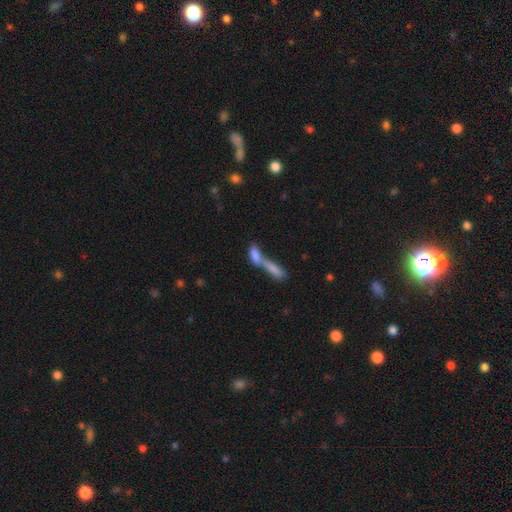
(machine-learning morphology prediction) Smooth or featured: smooth — 73% (featured or disk — 18%)
How rounded: cigar-shaped — 48% (tied with in between — 48%)
Merging: merger — 73% (none — 17%)